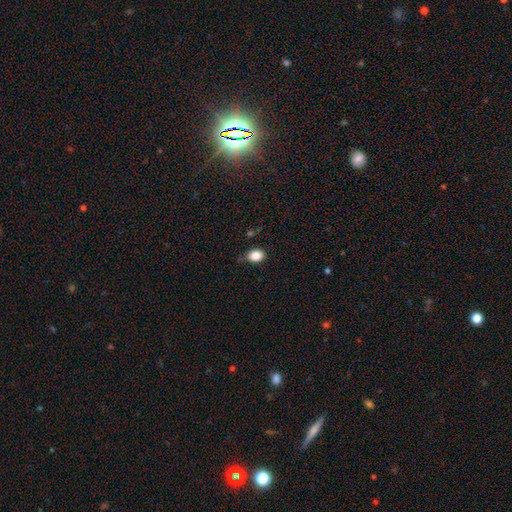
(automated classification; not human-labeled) Morphology: type=smooth (86%); roundness=in between (72%); merging=none (78%).